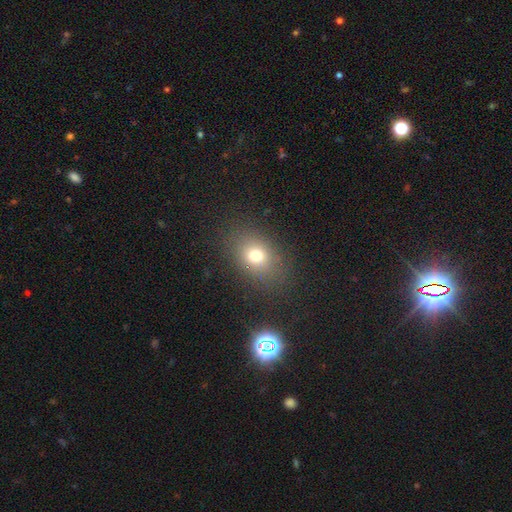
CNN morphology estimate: Smooth or featured? smooth (72%)
How rounded? in between (56%)
Merging? none (82%)